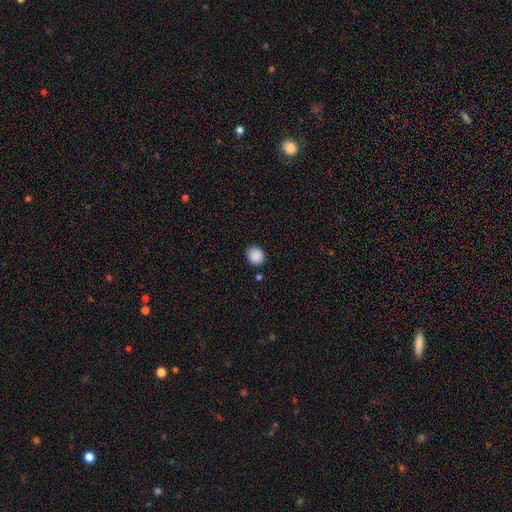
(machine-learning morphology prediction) smooth 89%, star or artifact 8%, featured or disk 3%. Down the decision tree: how rounded — round (73%); merging — none (87%).